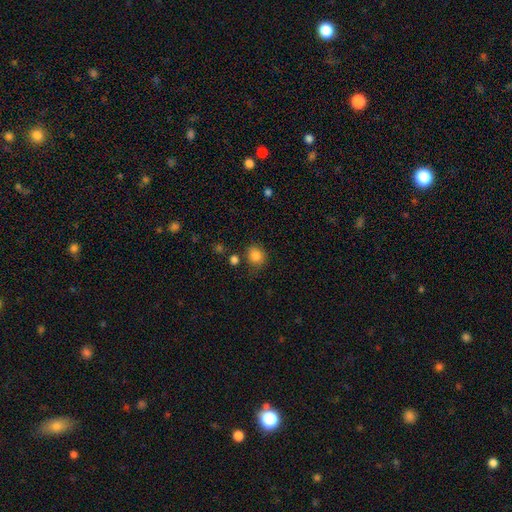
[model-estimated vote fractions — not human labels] Morphology: type=smooth (83%); roundness=round (75%); merging=none (73%).